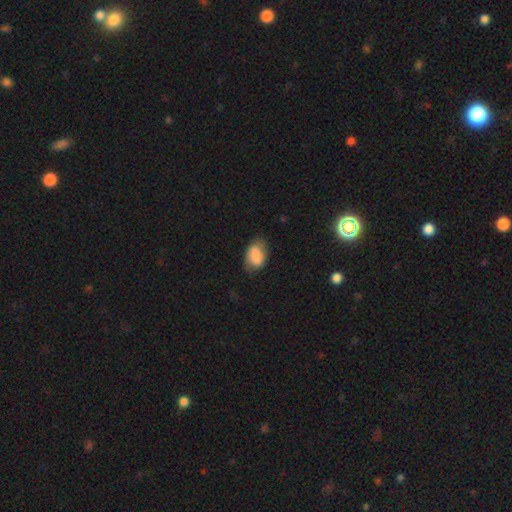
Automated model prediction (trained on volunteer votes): This appears to be a smooth galaxy with no disk features (78%) that is in between round and cigar-shaped (89%). Merging: none (66%).